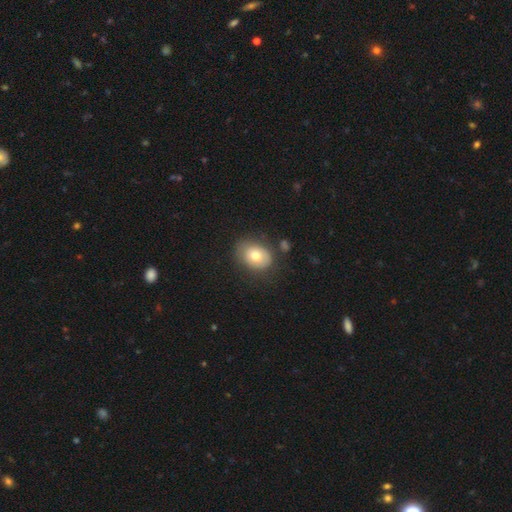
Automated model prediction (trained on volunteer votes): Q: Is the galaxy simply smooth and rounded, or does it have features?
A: smooth — 73%.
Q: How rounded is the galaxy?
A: in between — 62%.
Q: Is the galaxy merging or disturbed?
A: none — 70%.